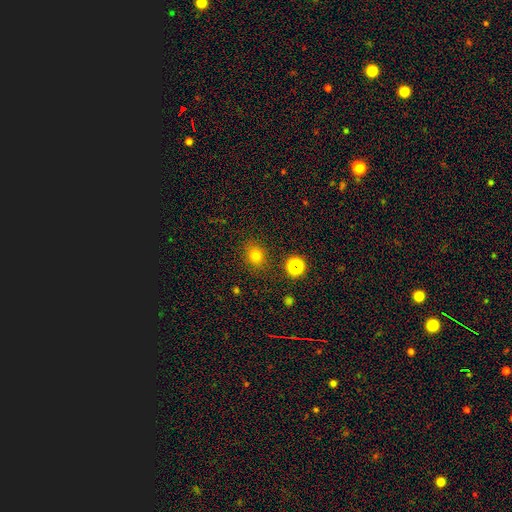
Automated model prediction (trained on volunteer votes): This appears to be a smooth galaxy with no disk features (77%) that is round (67%). Merging: none (84%).